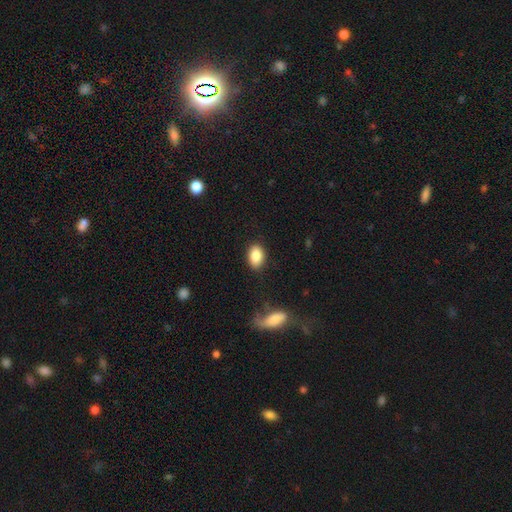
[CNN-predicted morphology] Smooth or featured: smooth — 86% (star or artifact — 7%)
How rounded: in between — 85% (round — 13%)
Merging: none — 84% (minor disturbance — 10%)